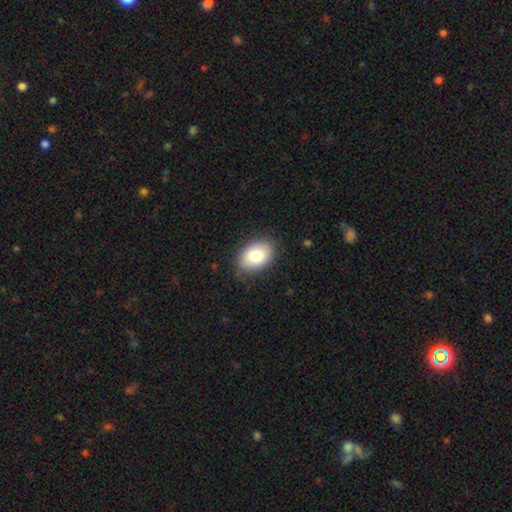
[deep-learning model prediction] smooth-or-featured: smooth: 82% | featured or disk: 11% | star or artifact: 7%
  how-rounded: in between: 87% | round: 12% | cigar-shaped: 1%
  merging: none: 84% | minor disturbance: 12% | major disturbance: 3% | merger: 1%